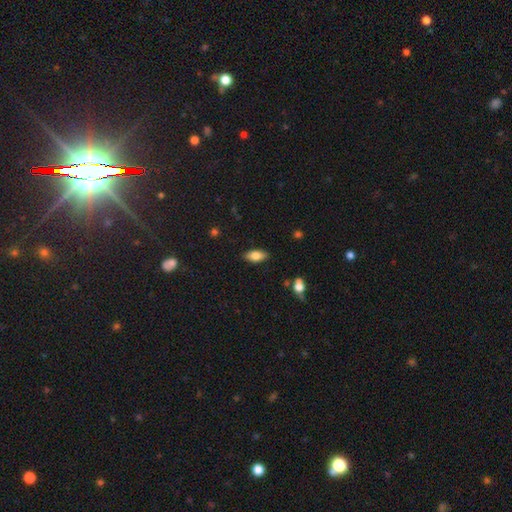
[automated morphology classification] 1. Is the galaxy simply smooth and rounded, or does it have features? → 79% smooth, 13% featured or disk, 7% star or artifact.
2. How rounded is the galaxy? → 88% in between, 9% cigar-shaped, 3% round.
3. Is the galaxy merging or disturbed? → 87% none, 10% minor disturbance, 2% major disturbance, 1% merger.